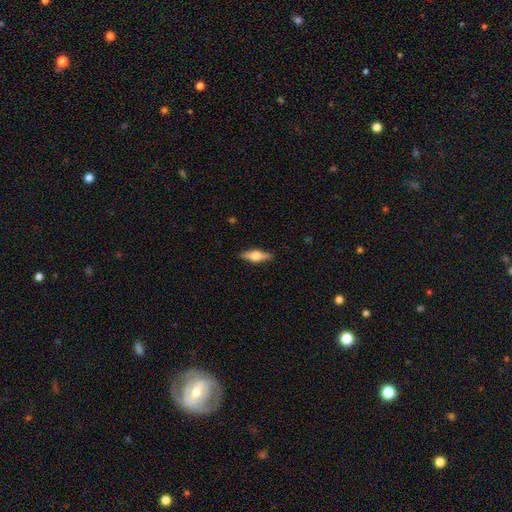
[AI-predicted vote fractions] A featured or disk galaxy (60%) viewed edge-on (96%) with a rounded central bulge (92%).

Vote fractions:
- Smooth or featured? featured or disk: 60% / smooth: 34% / star or artifact: 6%
- Edge-on disk? yes: 96% / no: 4%
- Edge-on bulge? rounded: 92% / boxy: 6% / none: 2%
- Merging? none: 89% / minor disturbance: 8% / major disturbance: 2% / merger: 1%